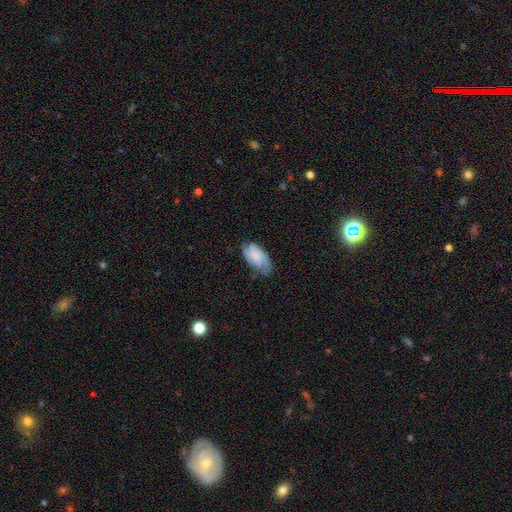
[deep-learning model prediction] Morphology: type=smooth (55%); roundness=in between (93%); merging=none (58%).